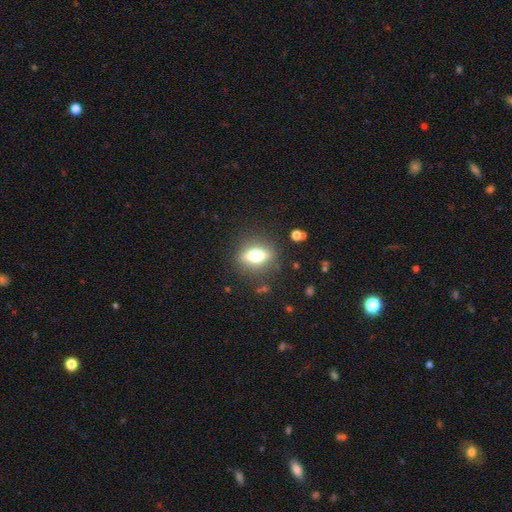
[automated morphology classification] type=smooth (52%); roundness=in between (60%); merging=none (84%).